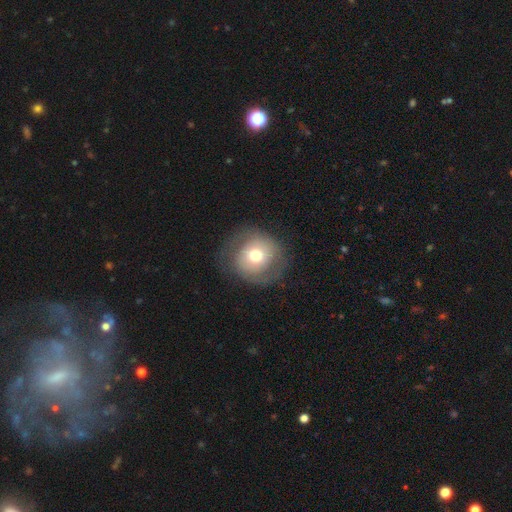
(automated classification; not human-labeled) The model was most divided on "smooth or featured": smooth: 52%, featured or disk: 39%, star or artifact: 8%. More confident: how rounded — round (86%); merging — none (75%).